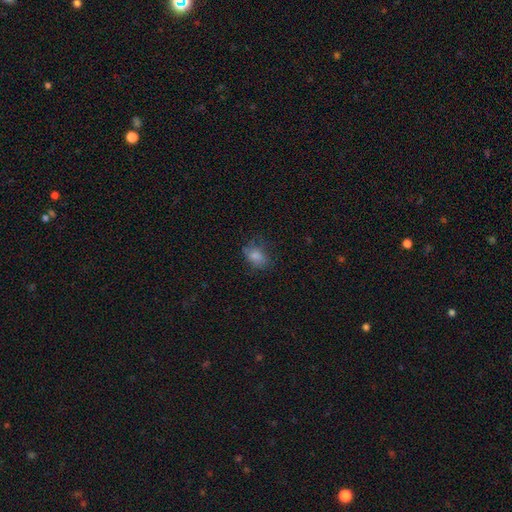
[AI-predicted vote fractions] This is likely a smooth galaxy (78%). How rounded: likely in between (75%). Merging: likely none (62%).